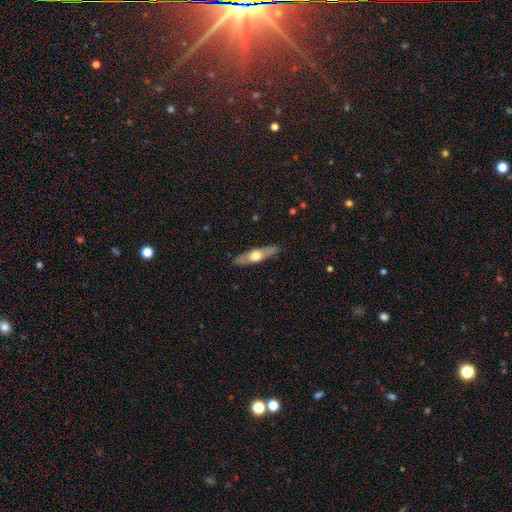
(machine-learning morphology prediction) type=featured or disk (50%); edge-on=yes (82%); merging=none (88%).